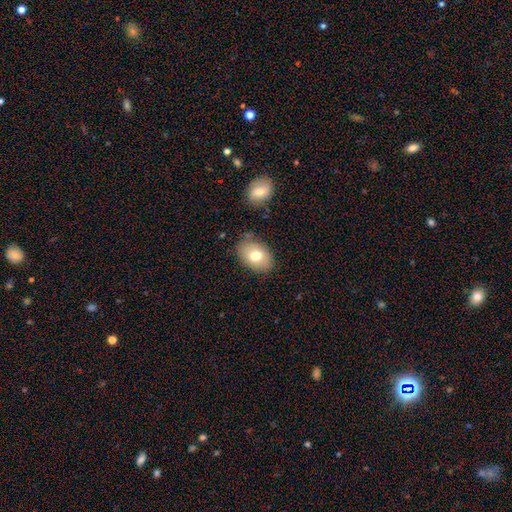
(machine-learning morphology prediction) The model was most divided on "smooth or featured": smooth: 73%, featured or disk: 19%, star or artifact: 8%. More confident: how rounded — in between (83%); merging — none (79%).